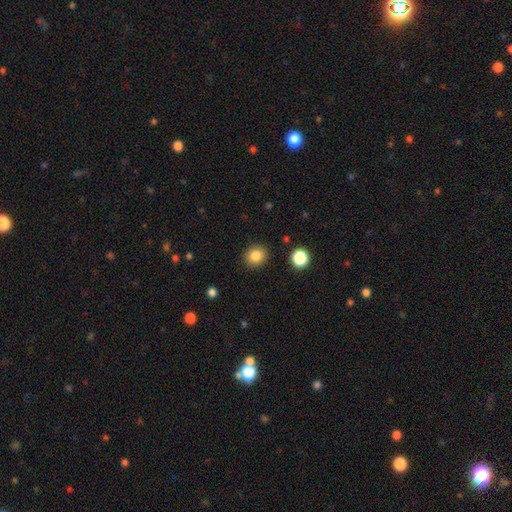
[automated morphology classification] Q: Smooth or featured?
A: smooth (84%); runner-up: star or artifact (10%)
Q: How rounded?
A: round (77%); runner-up: in between (22%)
Q: Merging?
A: none (90%); runner-up: minor disturbance (7%)